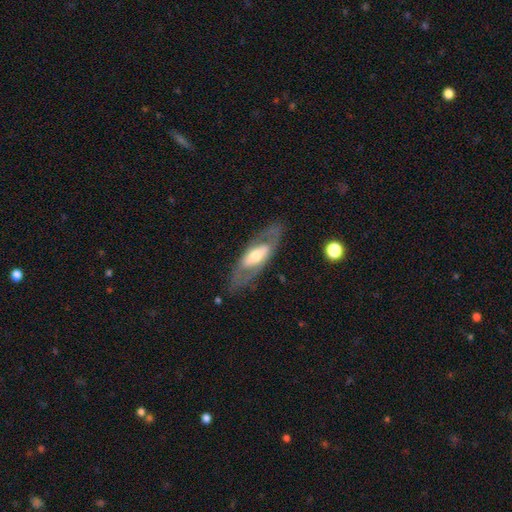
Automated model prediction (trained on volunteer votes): smooth-or-featured: featured or disk: 68% | smooth: 27% | star or artifact: 5%
  disk-edge-on: no: 80% | yes: 20%
    bar: no: 49% | weak: 26% | strong: 25%
    has-spiral-arms: no: 60% | yes: 40%
    bulge-size: moderate: 61% | large: 19% | small: 18% | dominant: 2% | none: 1%
  merging: none: 75% | minor disturbance: 14% | major disturbance: 9% | merger: 2%